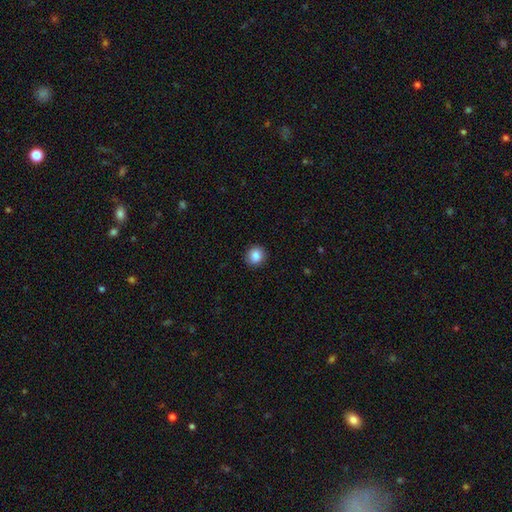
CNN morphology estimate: The model was most divided on "how rounded": round: 88%, in between: 11%, cigar-shaped: 1%. More confident: merging — none (91%); smooth or featured — smooth (87%).